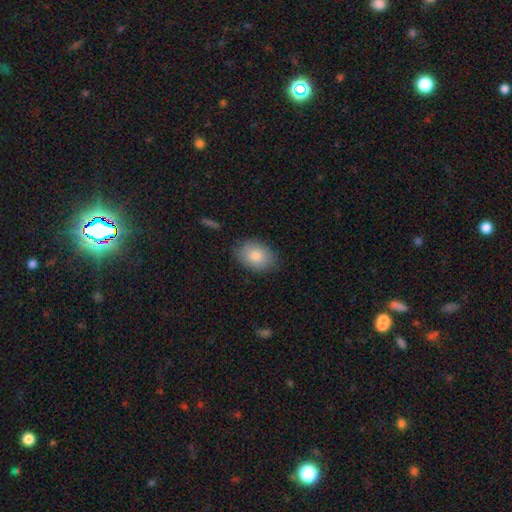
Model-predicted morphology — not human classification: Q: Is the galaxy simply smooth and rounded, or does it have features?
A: smooth — 81%.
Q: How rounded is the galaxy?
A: in between — 76%.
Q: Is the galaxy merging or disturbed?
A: none — 85%.